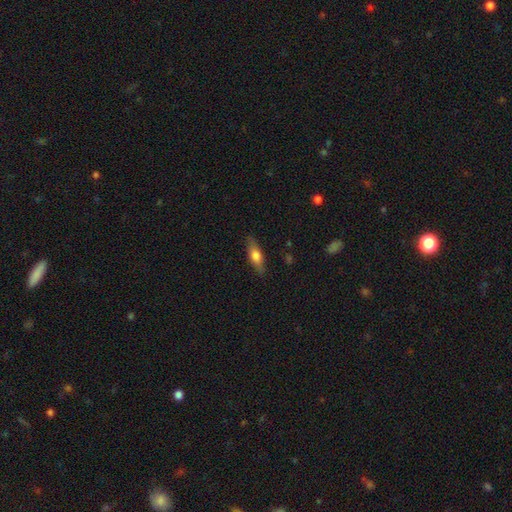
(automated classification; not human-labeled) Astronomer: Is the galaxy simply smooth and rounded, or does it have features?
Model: smooth — 62%.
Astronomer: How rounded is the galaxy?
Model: in between — 51% (runner-up: cigar-shaped, 46%).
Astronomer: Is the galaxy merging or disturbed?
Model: none — 84%.